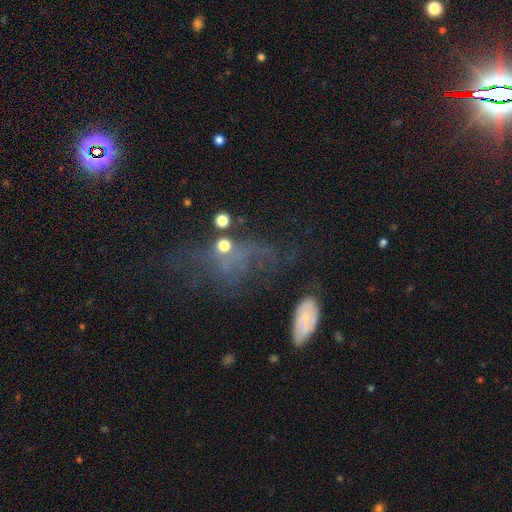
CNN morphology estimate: Overall: star or artifact (46%; featured or disk 28%).